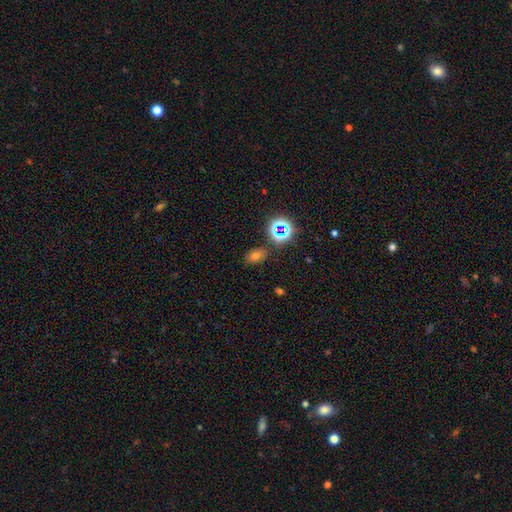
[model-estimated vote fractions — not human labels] Smooth or featured? Predicted: smooth (p=0.57). How rounded? Predicted: in between (p=0.75). Merging? Predicted: none (p=0.82).